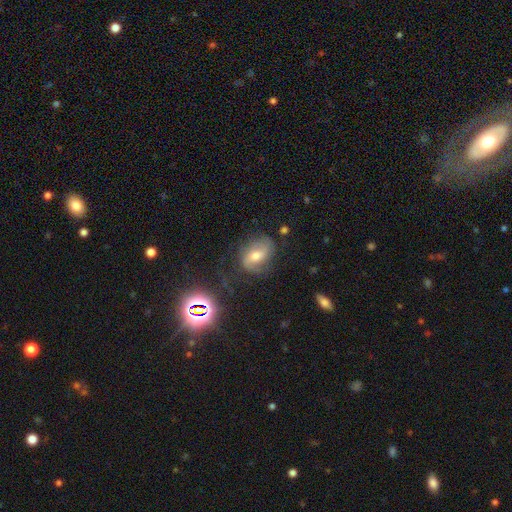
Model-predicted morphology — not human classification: smooth_or_featured: featured or disk (p=0.54) [alt: smooth p=0.26]
disk_edge_on: no (p=0.95) [alt: yes p=0.05]
bar: weak (p=0.43) [alt: no p=0.34]
has_spiral_arms: yes (p=0.83) [alt: no p=0.17]
bulge_size: moderate (p=0.65) [alt: small p=0.25]
merging: none (p=0.68) [alt: minor disturbance p=0.20]